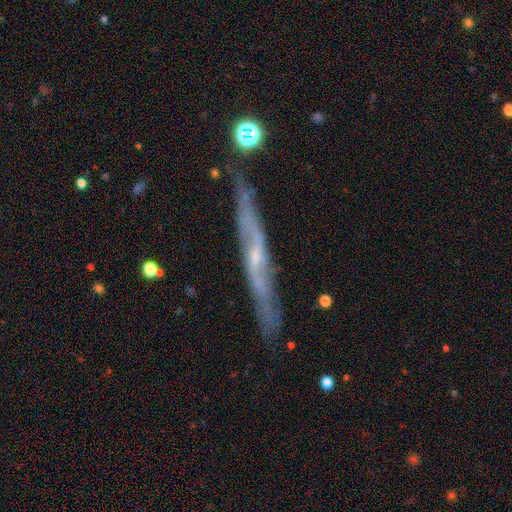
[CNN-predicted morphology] featured or disk 74%, smooth 19%, star or artifact 7%. Down the decision tree: edge-on disk — yes (80%); edge-on bulge — none (55%); merging — none (79%).